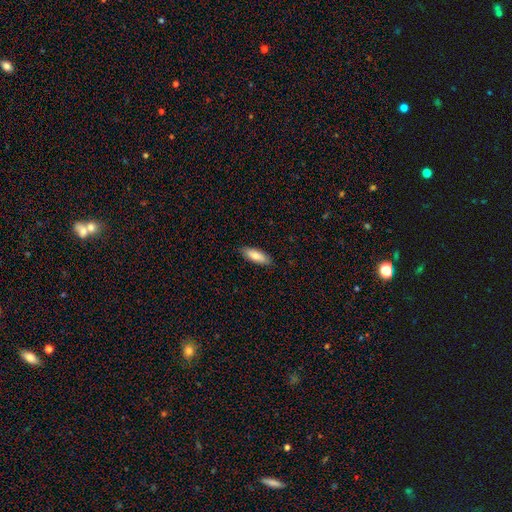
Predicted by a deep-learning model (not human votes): Smooth or featured: smooth — 80% (featured or disk — 14%)
How rounded: in between — 64% (cigar-shaped — 35%)
Merging: none — 86% (minor disturbance — 11%)